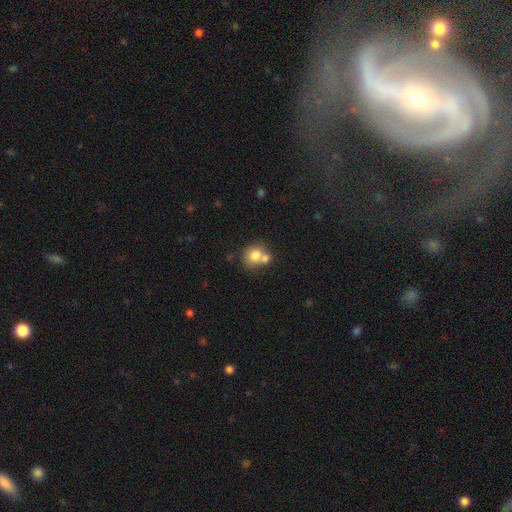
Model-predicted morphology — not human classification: smooth 76%, featured or disk 14%, star or artifact 10%. Down the decision tree: how rounded — round (73%); merging — merger (48%).